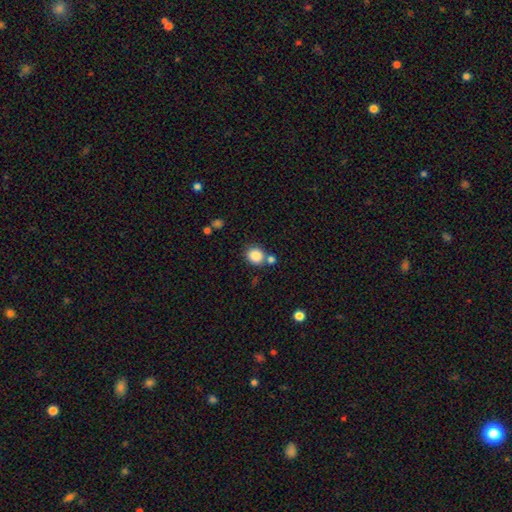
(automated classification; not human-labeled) A smooth galaxy with no disk features (85%) that is round (78%). Merging: none (67%).